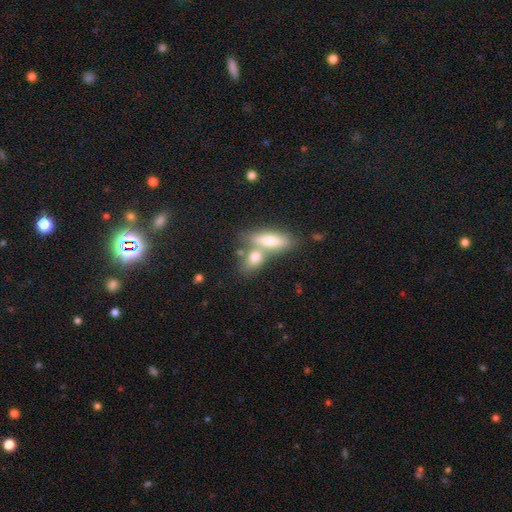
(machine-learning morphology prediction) smooth 65%, featured or disk 25%, star or artifact 10%. Down the decision tree: how rounded — in between (57%); merging — none (46%).